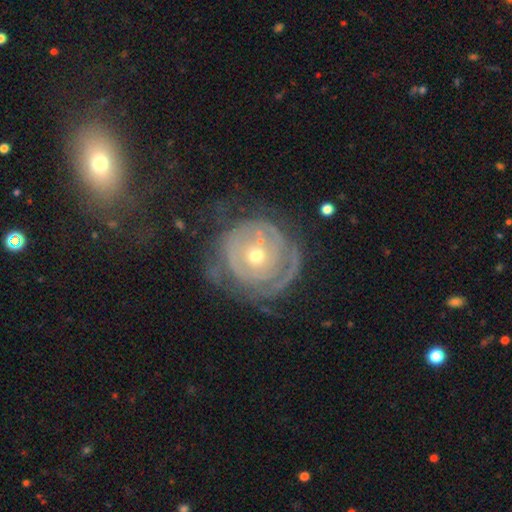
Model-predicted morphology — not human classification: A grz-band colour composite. It shows a featured or disk galaxy (77%) with no bar (80%), tight (76%) spiral arms (74%) and a small central bulge (57%). Merging: none (55%).